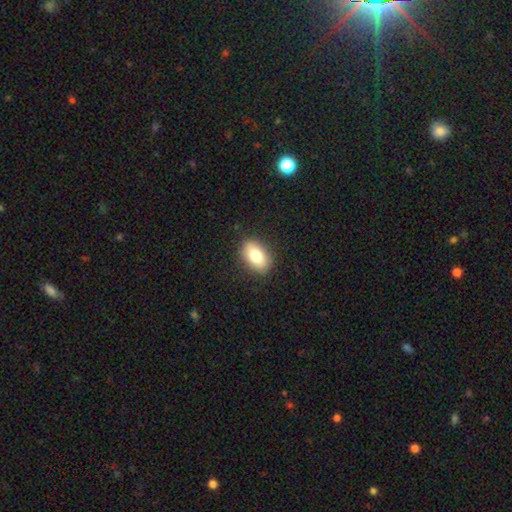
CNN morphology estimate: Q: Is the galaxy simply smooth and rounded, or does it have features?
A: smooth — 80%.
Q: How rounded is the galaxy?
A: in between — 88%.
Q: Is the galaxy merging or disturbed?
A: none — 86%.